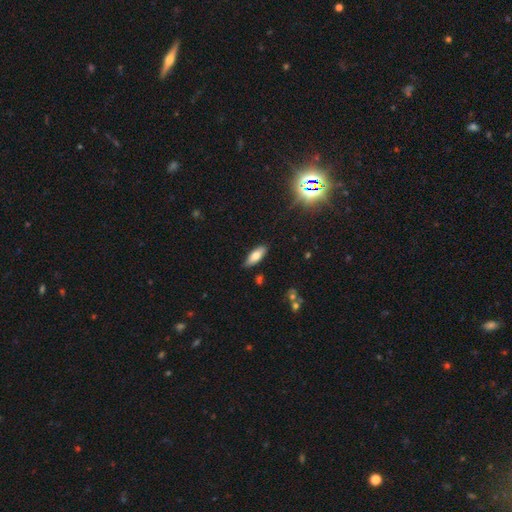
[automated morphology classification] Smooth or featured?
  - smooth: 75% *
  - featured or disk: 17%
  - star or artifact: 8%
How rounded?
  - in between: 74% *
  - cigar-shaped: 24%
  - round: 2%
Merging?
  - none: 84% *
  - minor disturbance: 12%
  - major disturbance: 2%
  - merger: 2%